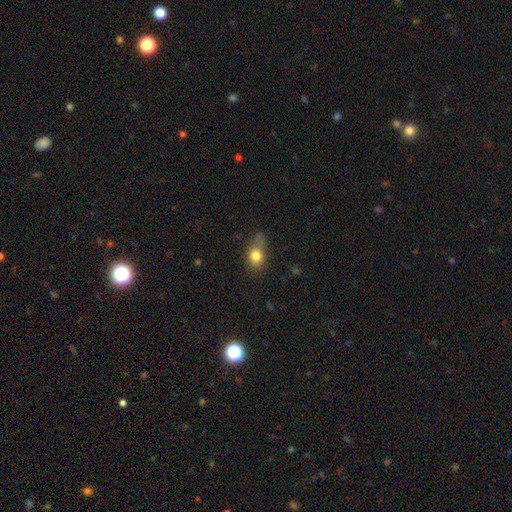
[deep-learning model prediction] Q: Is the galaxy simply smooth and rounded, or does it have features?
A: smooth — 80%.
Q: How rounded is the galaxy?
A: in between — 59%.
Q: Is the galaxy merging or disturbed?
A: none — 55%.